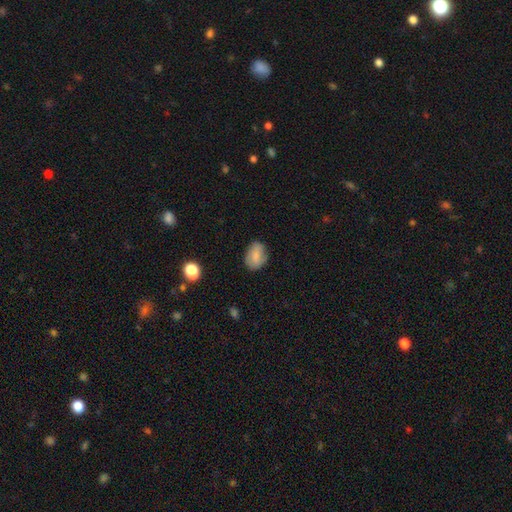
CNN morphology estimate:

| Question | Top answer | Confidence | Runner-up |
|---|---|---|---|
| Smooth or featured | smooth | 78% | featured or disk (13%) |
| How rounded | in between | 73% | round (25%) |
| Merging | none | 77% | minor disturbance (17%) |